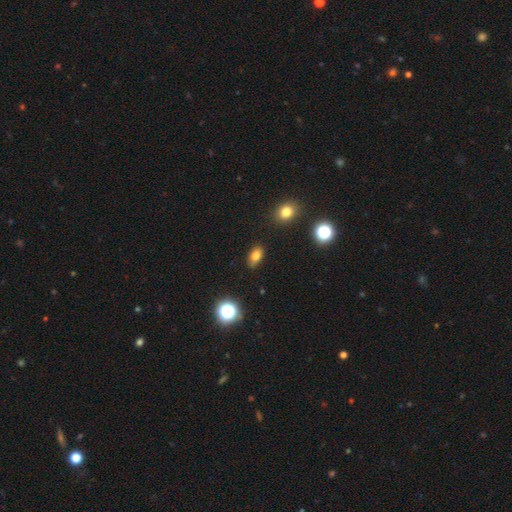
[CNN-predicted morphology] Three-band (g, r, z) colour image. It shows a smooth galaxy with no disk features (77%) that is in between round and cigar-shaped (84%). Merging: none (83%).